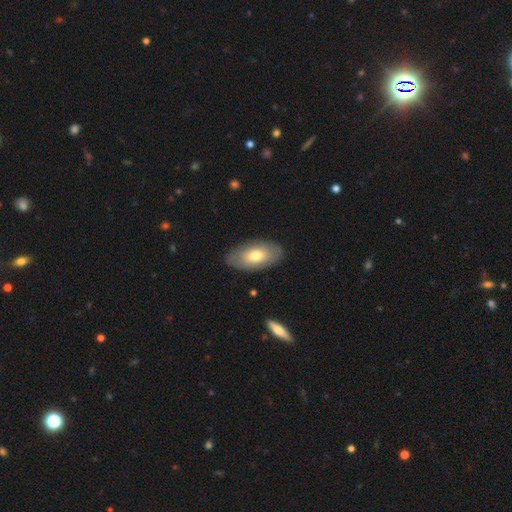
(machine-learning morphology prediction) A smooth galaxy with no disk features (68%) that is in between round and cigar-shaped (94%). Merging: none (85%).